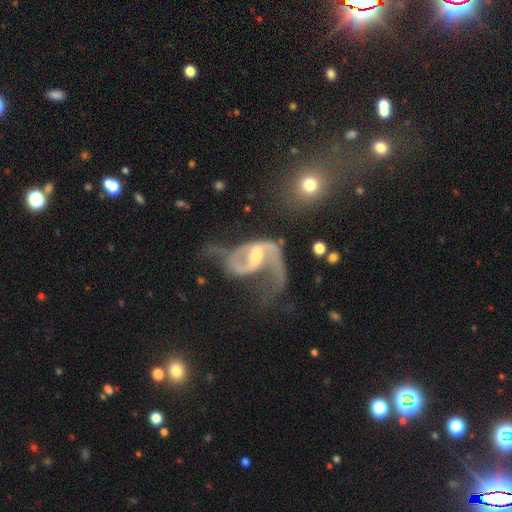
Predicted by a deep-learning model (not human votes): Smooth or featured: featured or disk — 88% (star or artifact — 6%)
Edge-on disk: no — 97% (yes — 3%)
Bar: weak — 45% (strong — 32%)
Spiral arms: yes — 94% (no — 6%)
Spiral winding: loose — 58% (medium — 33%)
Spiral arm count: 2 — 81% (1 — 10%)
Bulge size: moderate — 51% (small — 40%)
Merging: major disturbance — 42% (none — 33%)